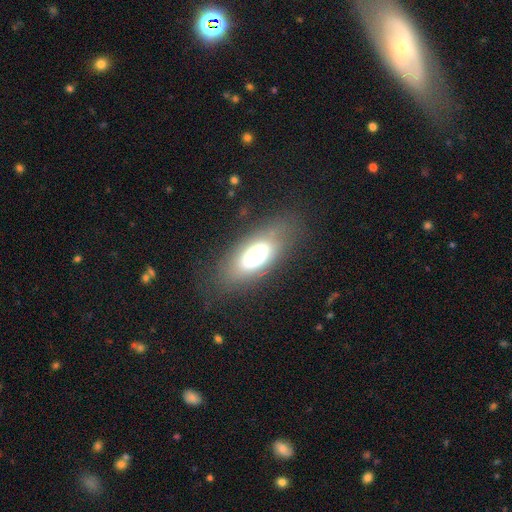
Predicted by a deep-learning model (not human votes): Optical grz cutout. It shows a smooth galaxy with no disk features (68%) that is in between round and cigar-shaped (84%). Merging: none (73%).